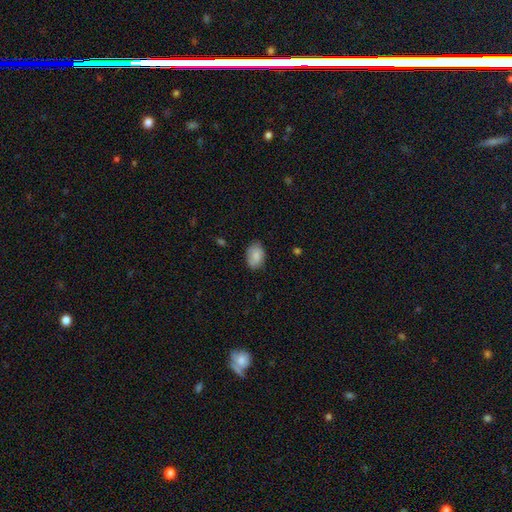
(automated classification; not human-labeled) A smooth galaxy with no disk features (83%) that is in between round and cigar-shaped (83%).

Vote fractions:
- Smooth or featured? smooth: 83% / featured or disk: 10% / star or artifact: 7%
- How rounded? in between: 83% / round: 16% / cigar-shaped: 1%
- Merging? none: 77% / minor disturbance: 18% / major disturbance: 3% / merger: 1%